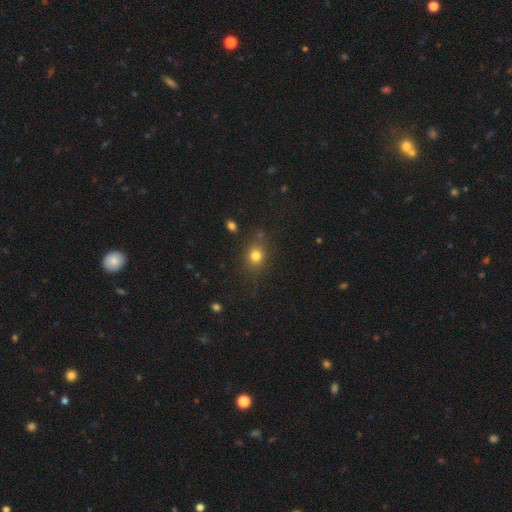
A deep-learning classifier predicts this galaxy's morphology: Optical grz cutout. It shows a smooth galaxy with no disk features (78%) that is round (70%). Merging: none (78%).